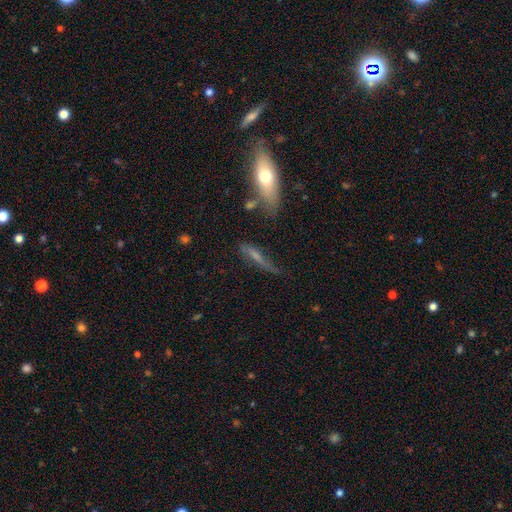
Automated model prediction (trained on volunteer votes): Smooth or featured? Predicted: smooth (p=0.45). Merging? Predicted: none (p=0.47).